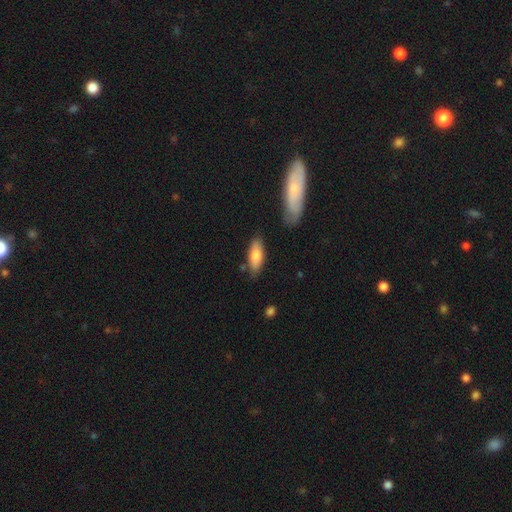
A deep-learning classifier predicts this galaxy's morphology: smooth 78%, featured or disk 16%, star or artifact 6%. Down the decision tree: how rounded — in between (72%); merging — none (76%).